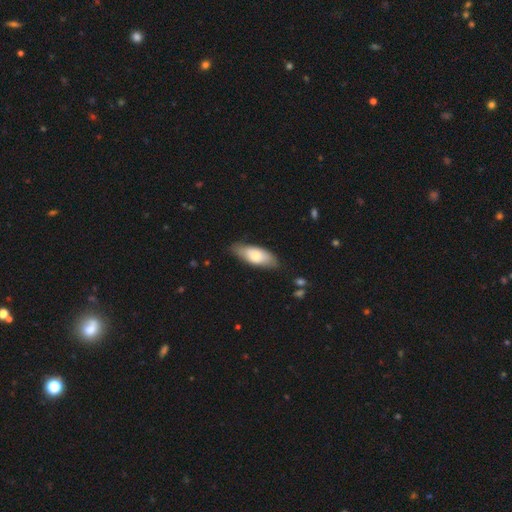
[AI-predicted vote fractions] smooth-or-featured: smooth: 67% | featured or disk: 27% | star or artifact: 6%
  how-rounded: in between: 76% | cigar-shaped: 22% | round: 2%
  merging: none: 77% | minor disturbance: 18% | major disturbance: 3% | merger: 2%